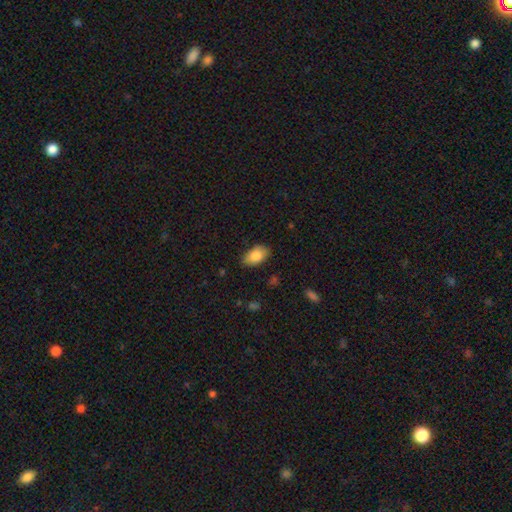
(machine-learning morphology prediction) smooth-or-featured: smooth: 84% | featured or disk: 10% | star or artifact: 7%
  how-rounded: in between: 93% | round: 6% | cigar-shaped: 2%
  merging: none: 83% | minor disturbance: 14% | major disturbance: 3% | merger: 1%